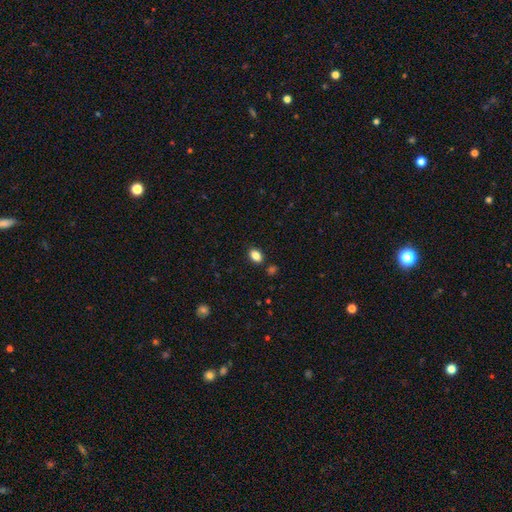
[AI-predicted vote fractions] The model was most divided on "how rounded": in between: 80%, round: 19%, cigar-shaped: 1%. More confident: smooth or featured — smooth (85%); merging — none (84%).